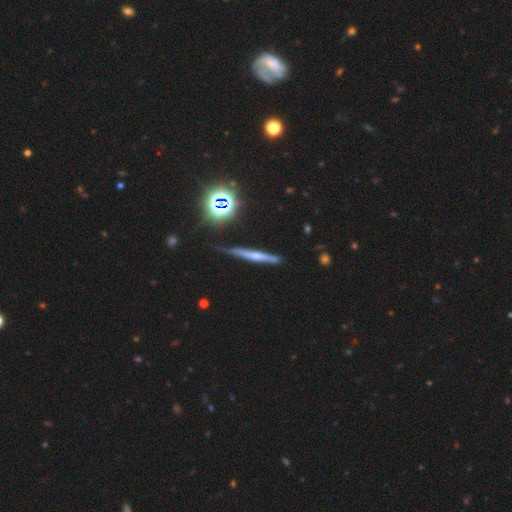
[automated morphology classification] This is possibly a featured or disk galaxy (49%). Merging: likely none (74%).